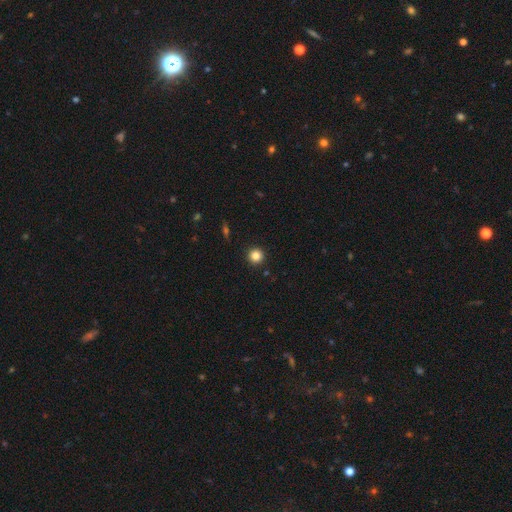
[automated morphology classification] smooth_or_featured: smooth (p=0.84) [alt: star or artifact p=0.12]
how_rounded: round (p=0.96) [alt: in between p=0.03]
merging: none (p=0.93) [alt: minor disturbance p=0.04]